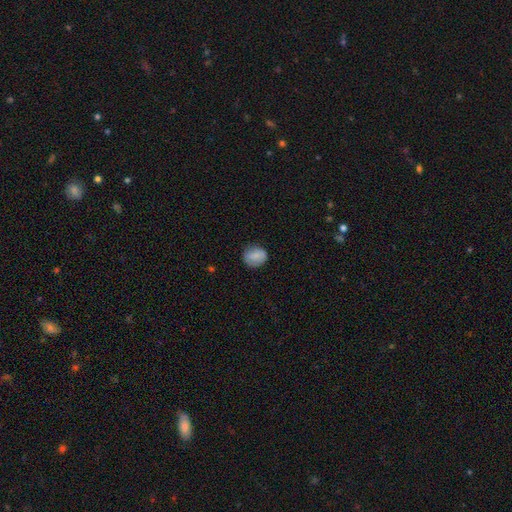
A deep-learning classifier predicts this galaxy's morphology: A smooth galaxy with no disk features (78%) that is round (73%).

Vote fractions:
- Smooth or featured? smooth: 78% / featured or disk: 14% / star or artifact: 8%
- How rounded? round: 73% / in between: 26% / cigar-shaped: 1%
- Merging? none: 79% / minor disturbance: 16% / major disturbance: 4% / merger: 1%